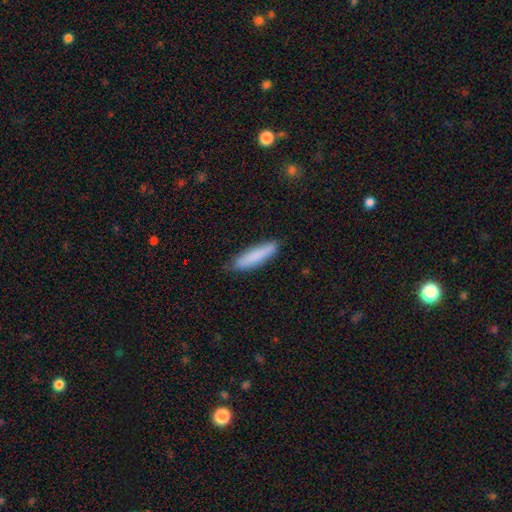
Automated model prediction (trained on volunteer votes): Smooth or featured?
  - smooth: 84% *
  - featured or disk: 10%
  - star or artifact: 6%
How rounded?
  - cigar-shaped: 80% *
  - in between: 19%
  - round: 1%
Merging?
  - none: 82% *
  - minor disturbance: 15%
  - major disturbance: 2%
  - merger: 1%